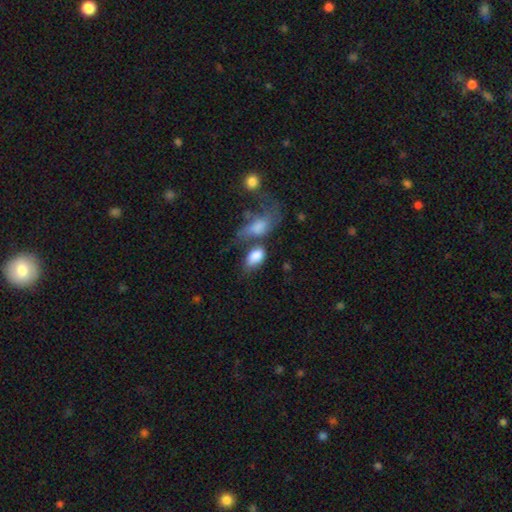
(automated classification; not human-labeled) A smooth galaxy with no disk features (82%) that is in between round and cigar-shaped (92%).

Vote fractions:
- Smooth or featured? smooth: 82% / featured or disk: 11% / star or artifact: 7%
- How rounded? in between: 92% / round: 6% / cigar-shaped: 3%
- Merging? merger: 45% / none: 26% / minor disturbance: 15% / major disturbance: 14%